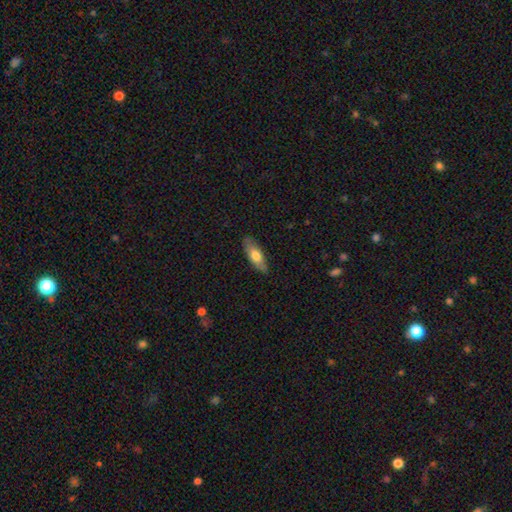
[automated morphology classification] Smooth or featured: smooth — 63% (featured or disk — 31%)
How rounded: in between — 63% (cigar-shaped — 35%)
Merging: none — 84% (minor disturbance — 12%)